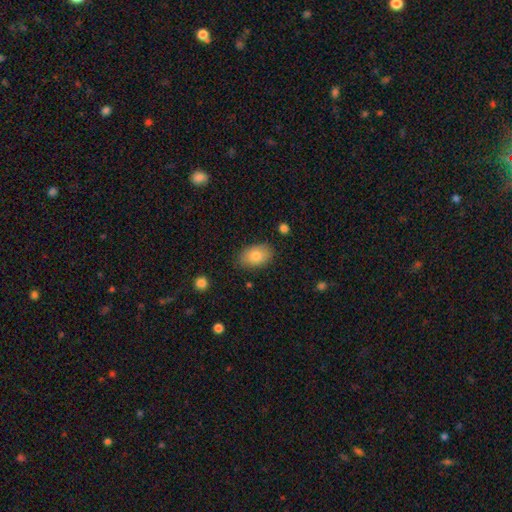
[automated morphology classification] The model was most divided on "smooth or featured": smooth: 80%, featured or disk: 12%, star or artifact: 8%. More confident: how rounded — in between (88%); merging — none (83%).